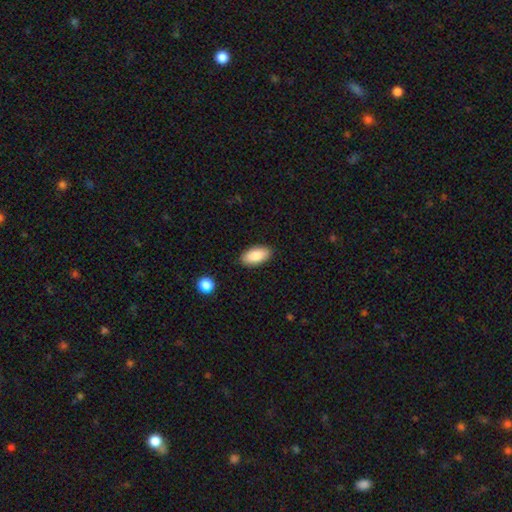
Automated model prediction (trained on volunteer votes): smooth 87%, featured or disk 7%, star or artifact 6%. Down the decision tree: how rounded — in between (93%); merging — none (88%).